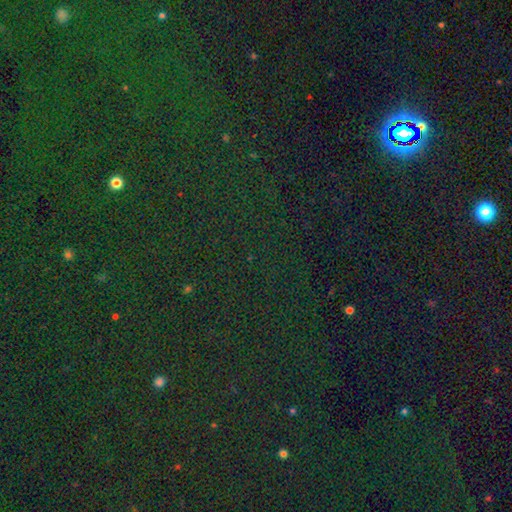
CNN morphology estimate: Smooth or featured?
  - star or artifact: 80% *
  - smooth: 12%
  - featured or disk: 8%